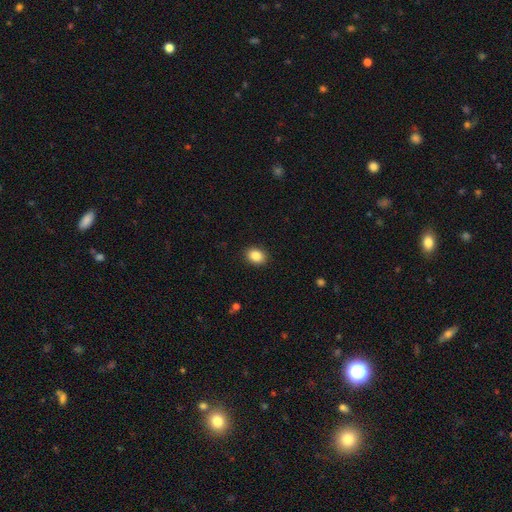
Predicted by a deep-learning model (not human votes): This appears to be a smooth galaxy with no disk features (86%) that is in between round and cigar-shaped (54%). Merging: none (90%).